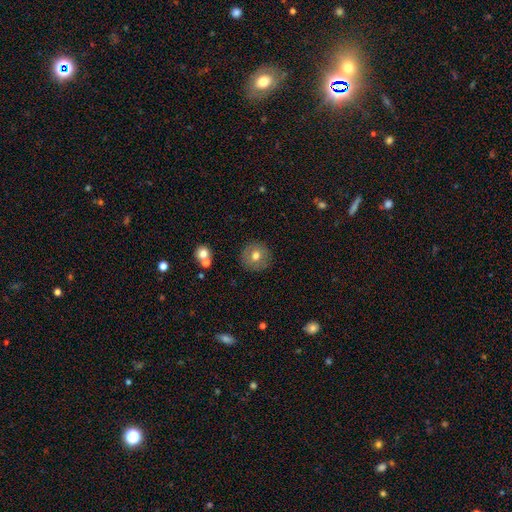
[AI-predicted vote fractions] smooth-or-featured: smooth: 70% | featured or disk: 20% | star or artifact: 9%
  how-rounded: round: 94% | in between: 5% | cigar-shaped: 1%
  merging: none: 88% | minor disturbance: 8% | major disturbance: 2% | merger: 2%